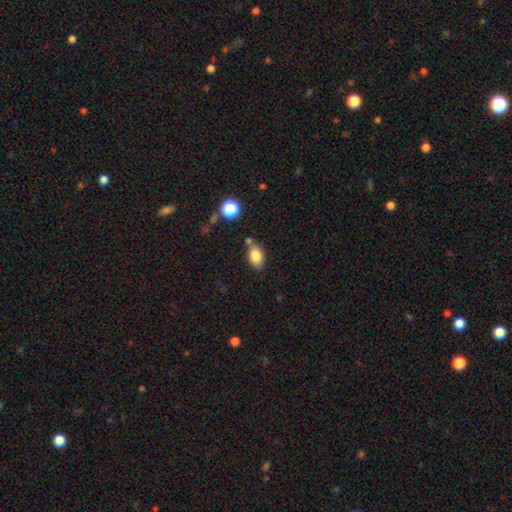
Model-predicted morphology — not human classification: This appears to be a smooth galaxy with no disk features (83%) that is in between round and cigar-shaped (87%). Merging: none (71%).